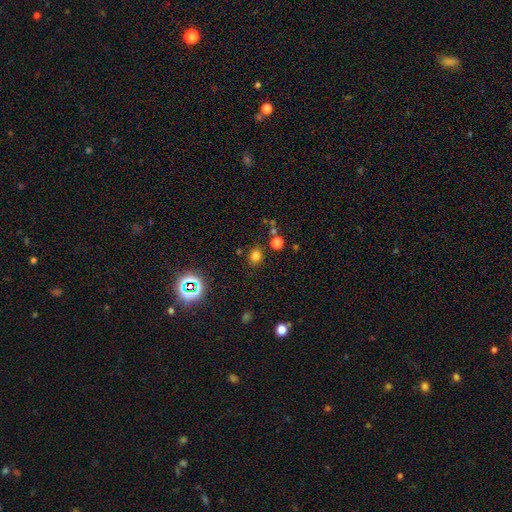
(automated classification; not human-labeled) smooth_or_featured: smooth (p=0.75) [alt: star or artifact p=0.19]
how_rounded: round (p=0.63) [alt: in between p=0.36]
merging: none (p=0.83) [alt: minor disturbance p=0.09]